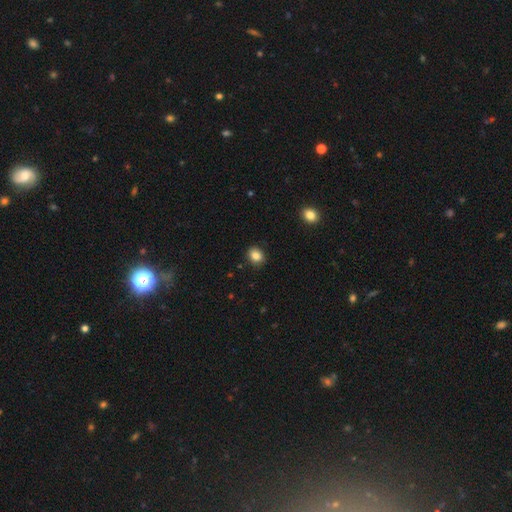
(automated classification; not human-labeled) This appears to be a smooth galaxy with no disk features (85%) that is round (62%). Merging: none (89%).